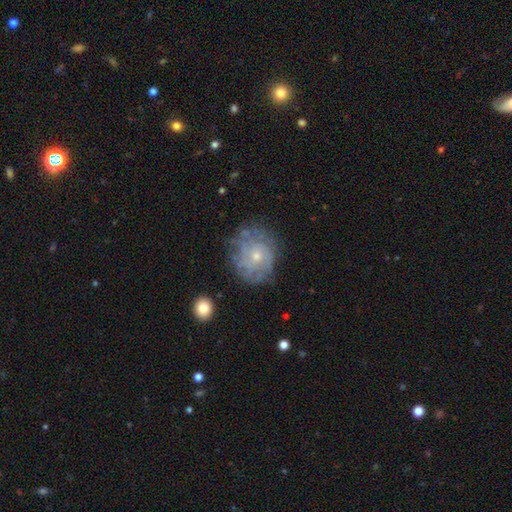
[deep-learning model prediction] featured or disk 59%, smooth 31%, star or artifact 10%. Down the decision tree: edge-on disk — no (97%); bar — no (87%); spiral arms — yes (61%); bulge size — small (65%); merging — none (65%).